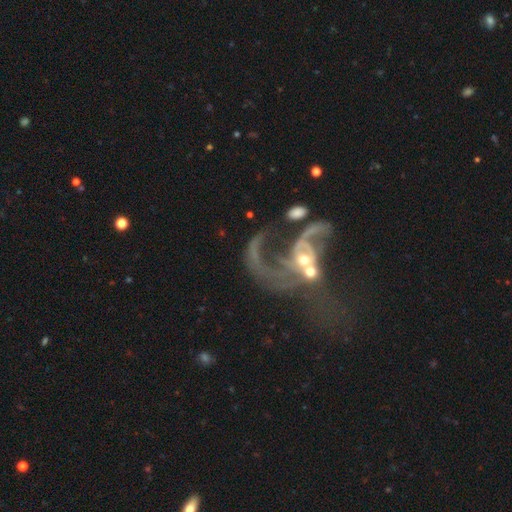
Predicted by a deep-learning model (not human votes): Smooth or featured: featured or disk — 81% (star or artifact — 10%)
Edge-on disk: no — 97% (yes — 3%)
Bar: no — 60% (weak — 29%)
Spiral arms: yes — 84% (no — 16%)
Spiral winding: loose — 62% (medium — 29%)
Spiral arm count: 2 — 52% (1 — 24%)
Bulge size: small — 48% (moderate — 39%)
Merging: merger — 51% (major disturbance — 30%)